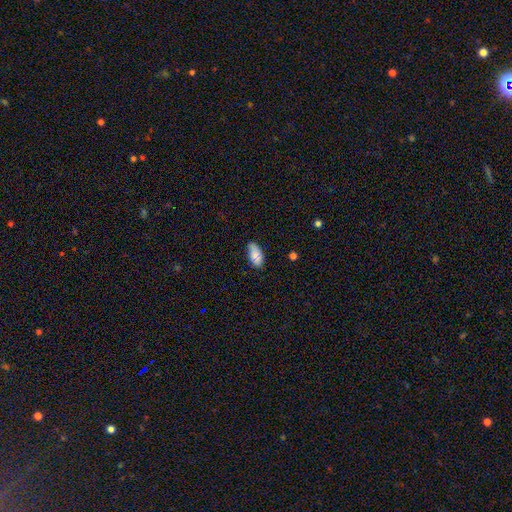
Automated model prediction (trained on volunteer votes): Smooth or featured?
  - smooth: 79% *
  - featured or disk: 13%
  - star or artifact: 8%
How rounded?
  - in between: 91% *
  - cigar-shaped: 6%
  - round: 3%
Merging?
  - none: 59% *
  - minor disturbance: 32%
  - major disturbance: 6%
  - merger: 3%